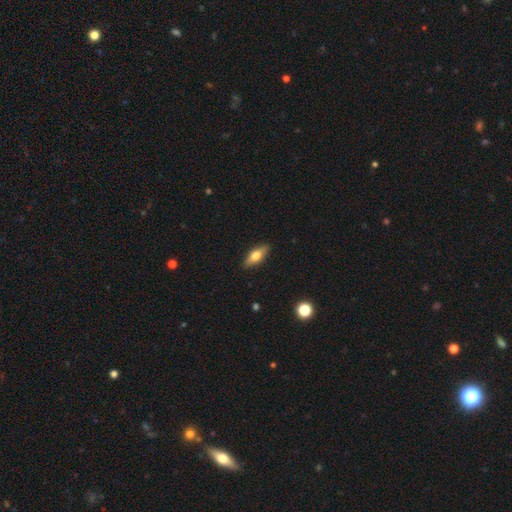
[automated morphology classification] Smooth or featured?
  - smooth: 60% *
  - featured or disk: 33%
  - star or artifact: 7%
How rounded?
  - in between: 65% *
  - cigar-shaped: 31%
  - round: 4%
Merging?
  - none: 88% *
  - minor disturbance: 9%
  - major disturbance: 2%
  - merger: 1%